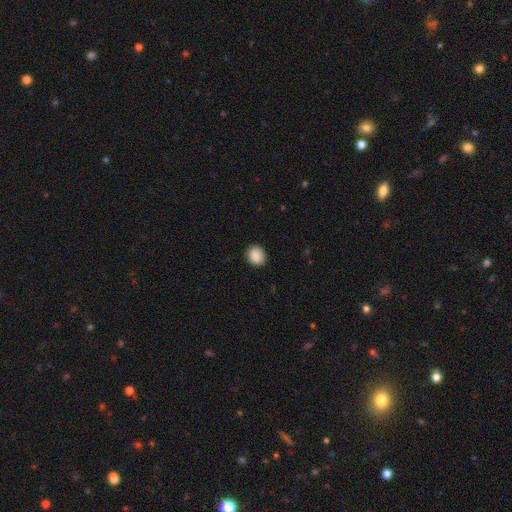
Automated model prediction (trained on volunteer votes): A smooth galaxy with no disk features (89%) that is round (65%).

Vote fractions:
- Smooth or featured? smooth: 89% / star or artifact: 8% / featured or disk: 3%
- How rounded? round: 65% / in between: 34% / cigar-shaped: 1%
- Merging? none: 88% / minor disturbance: 9% / major disturbance: 2% / merger: 1%